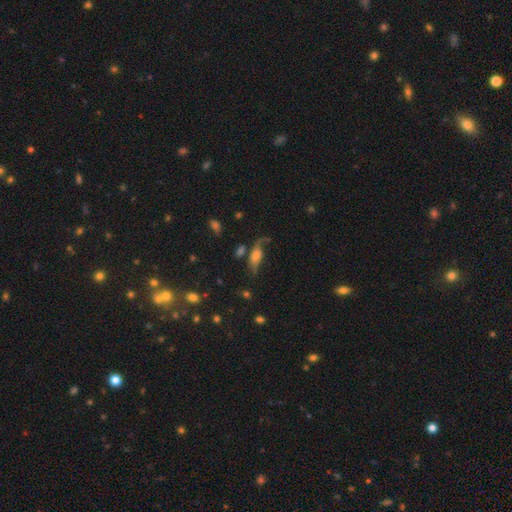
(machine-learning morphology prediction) Q: Smooth or featured?
A: smooth (45%); runner-up: featured or disk (44%)
Q: Merging?
A: none (38%); runner-up: major disturbance (30%)